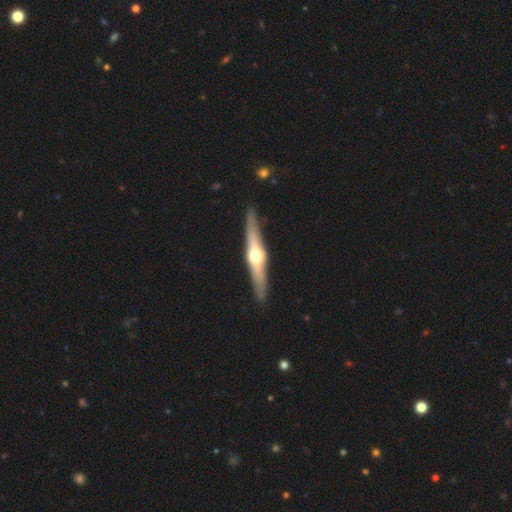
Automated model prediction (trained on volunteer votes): smooth_or_featured: featured or disk (p=0.72) [alt: smooth p=0.23]
disk_edge_on: yes (p=0.96) [alt: no p=0.04]
edge_on_bulge: rounded (p=0.94) [alt: boxy p=0.04]
merging: none (p=0.90) [alt: minor disturbance p=0.07]